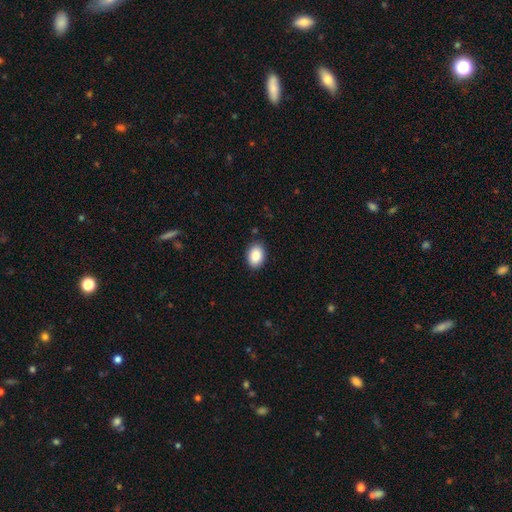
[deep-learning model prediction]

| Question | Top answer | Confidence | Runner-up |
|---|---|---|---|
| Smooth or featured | smooth | 89% | star or artifact (7%) |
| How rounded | in between | 83% | round (16%) |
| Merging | none | 88% | minor disturbance (9%) |